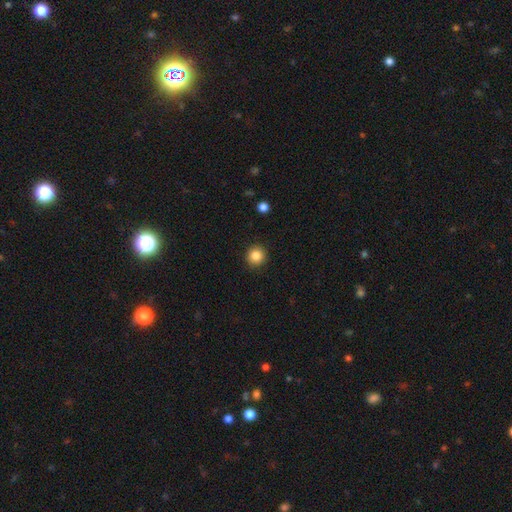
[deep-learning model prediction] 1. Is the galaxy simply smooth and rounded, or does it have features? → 85% smooth, 10% star or artifact, 5% featured or disk.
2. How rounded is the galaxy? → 94% round, 5% in between, 1% cigar-shaped.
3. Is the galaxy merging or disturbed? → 92% none, 5% minor disturbance, 2% major disturbance, 1% merger.